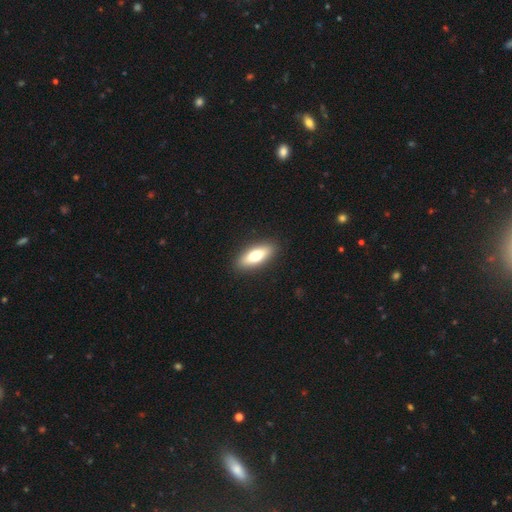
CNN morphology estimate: This appears to be a smooth galaxy with no disk features (67%) that is in between round and cigar-shaped (63%). Merging: none (90%).